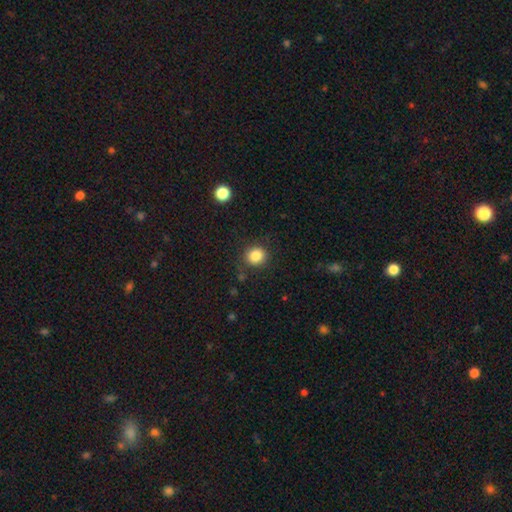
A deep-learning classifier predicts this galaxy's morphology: smooth 84%, star or artifact 11%, featured or disk 5%. Down the decision tree: how rounded — round (86%); merging — none (86%).